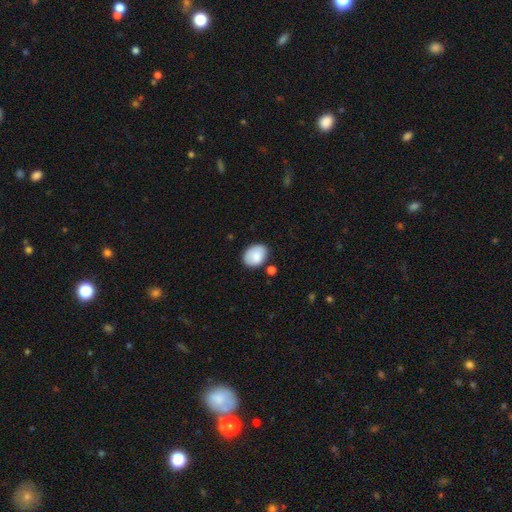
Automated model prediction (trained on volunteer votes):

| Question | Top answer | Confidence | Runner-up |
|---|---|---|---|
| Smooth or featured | smooth | 85% | featured or disk (8%) |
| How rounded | in between | 68% | round (31%) |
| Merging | none | 71% | minor disturbance (18%) |